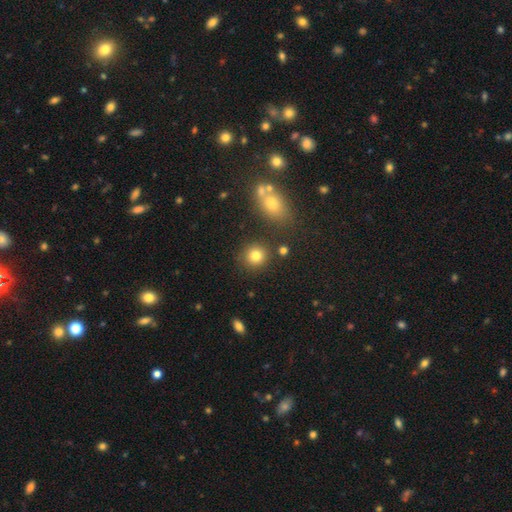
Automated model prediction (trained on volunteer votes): Overall: smooth (82%). How rounded: round (89%). Merging: none (84%).